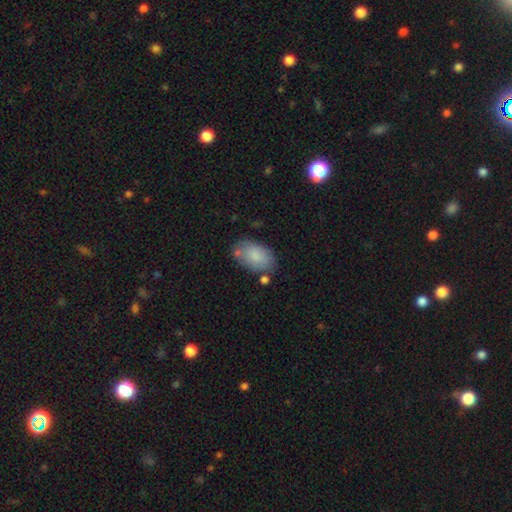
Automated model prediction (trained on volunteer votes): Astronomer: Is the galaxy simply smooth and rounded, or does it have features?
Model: smooth — 83%.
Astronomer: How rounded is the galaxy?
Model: in between — 92%.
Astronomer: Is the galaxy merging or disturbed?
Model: none — 67%.